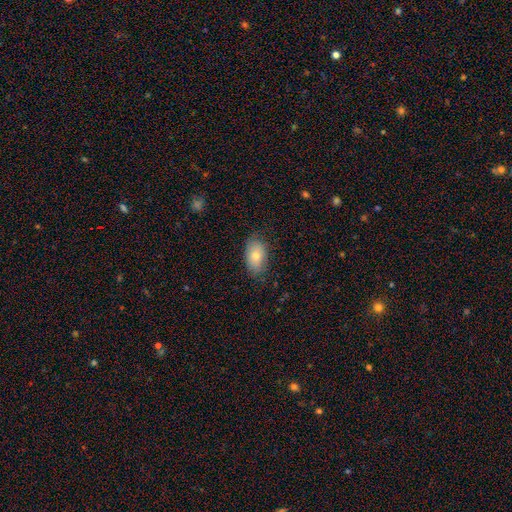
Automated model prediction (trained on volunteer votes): A smooth galaxy with no disk features (76%) that is in between round and cigar-shaped (91%). Merging: none (78%).